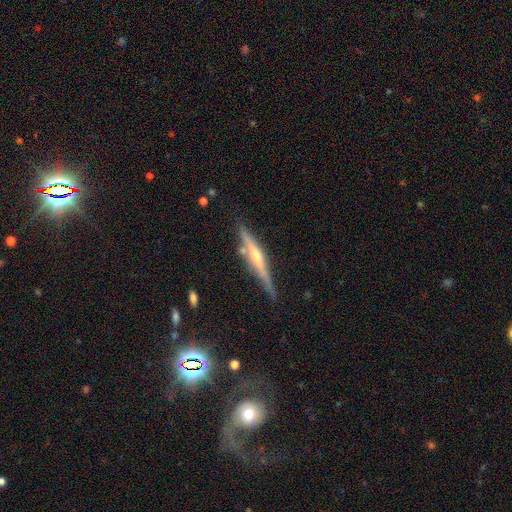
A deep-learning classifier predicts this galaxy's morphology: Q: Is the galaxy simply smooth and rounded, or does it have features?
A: featured or disk — 76%.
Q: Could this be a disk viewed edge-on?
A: yes — 97%.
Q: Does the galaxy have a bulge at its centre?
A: rounded — 81%.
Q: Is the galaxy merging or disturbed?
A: none — 79%.